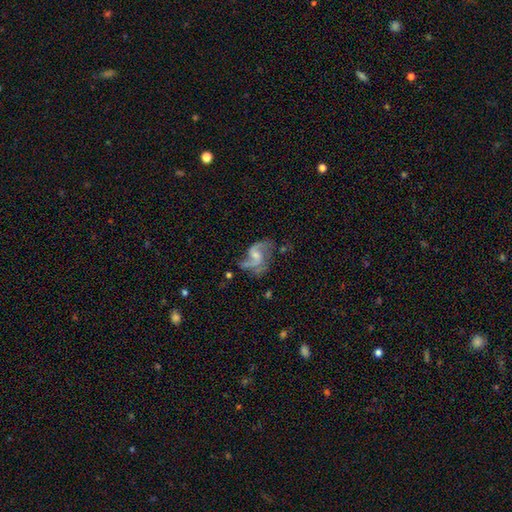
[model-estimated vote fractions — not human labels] A featured or disk galaxy (84%) with a weak bar (47%), 2 (84%) loose (57%) spiral arms (93%) and a small central bulge (50%).

Vote fractions:
- Smooth or featured? featured or disk: 84% / smooth: 9% / star or artifact: 7%
- Edge-on disk? no: 98% / yes: 2%
- Bar? weak: 47% / no: 43% / strong: 10%
- Spiral arms? yes: 93% / no: 7%
- Spiral winding? loose: 57% / medium: 36% / tight: 7%
- Spiral arm count? 2: 84% / 1: 5% / can't tell: 5% / 3: 3% / 4: 1% / more than 4: 1%
- Bulge size? small: 50% / moderate: 33% / none: 13% / large: 3% / dominant: 1%
- Merging? none: 47% / major disturbance: 25% / minor disturbance: 22% / merger: 6%